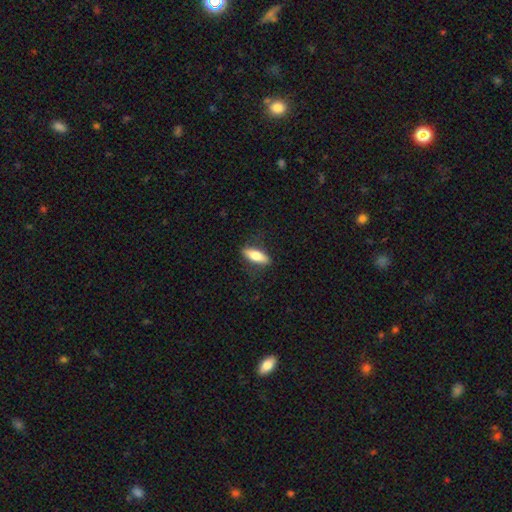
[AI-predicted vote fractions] The model was most divided on "how rounded": in between: 55%, cigar-shaped: 43%, round: 3%. More confident: merging — none (82%); smooth or featured — smooth (69%).